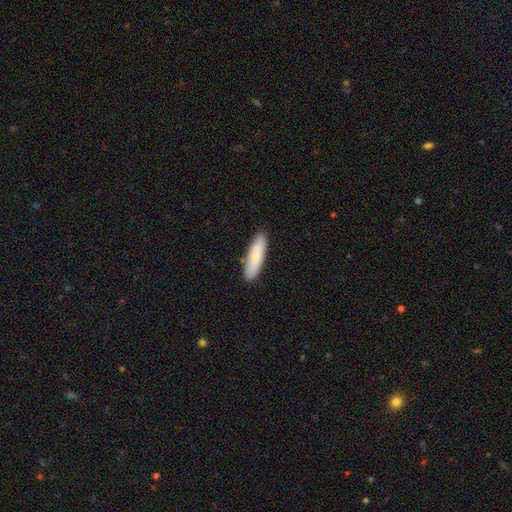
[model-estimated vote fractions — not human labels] The model was most divided on "how rounded": cigar-shaped: 59%, in between: 40%, round: 1%. More confident: merging — none (86%); smooth or featured — smooth (78%).